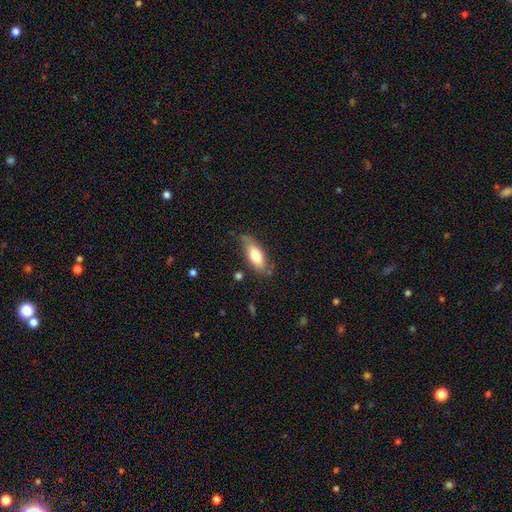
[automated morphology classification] Smooth or featured? Predicted: smooth (p=0.71). How rounded? Predicted: in between (p=0.72). Merging? Predicted: none (p=0.67).